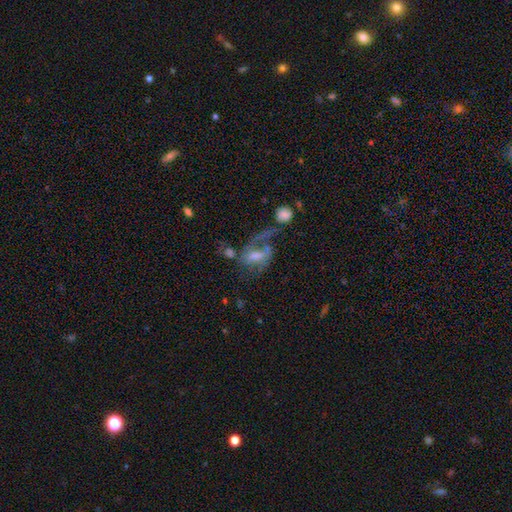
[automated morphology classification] featured or disk 68%, smooth 18%, star or artifact 14%. Down the decision tree: edge-on disk — no (95%); bar — weak (45%); spiral arms — yes (76%); bulge size — moderate (43%); merging — major disturbance (34%).